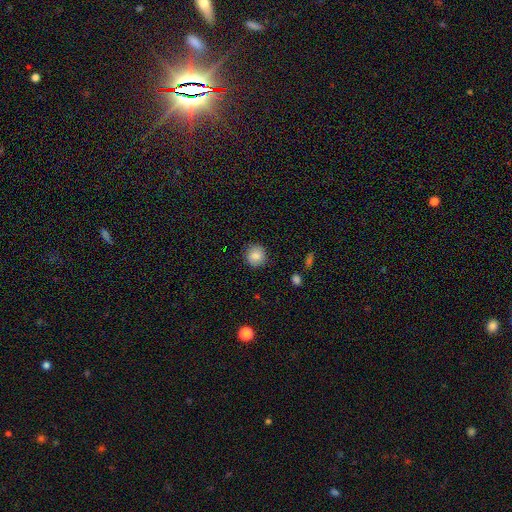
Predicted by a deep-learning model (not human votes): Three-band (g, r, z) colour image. It shows a smooth galaxy with no disk features (84%) that is round (92%). Merging: none (88%).